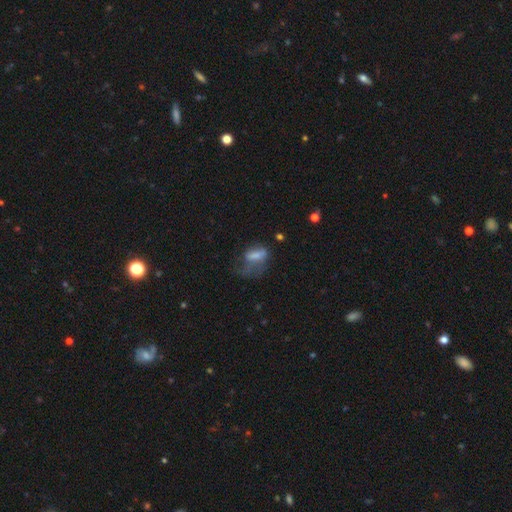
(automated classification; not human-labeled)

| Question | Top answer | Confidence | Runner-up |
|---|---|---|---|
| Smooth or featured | smooth | 57% | featured or disk (31%) |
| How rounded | in between | 79% | cigar-shaped (11%) |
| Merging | major disturbance | 54% | none (22%) |